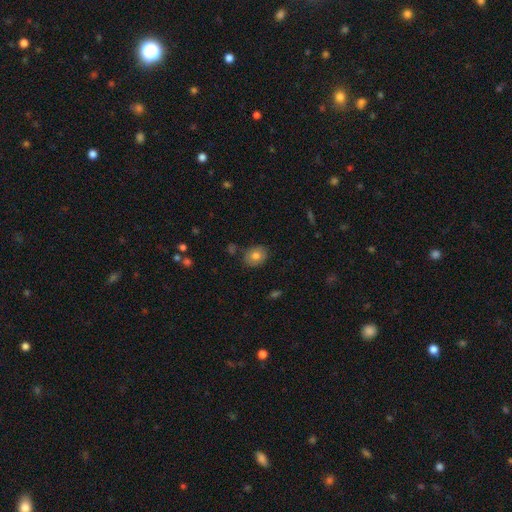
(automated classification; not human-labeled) This is likely a smooth galaxy (77%). How rounded: possibly in between (54%). Merging: clearly none (84%).